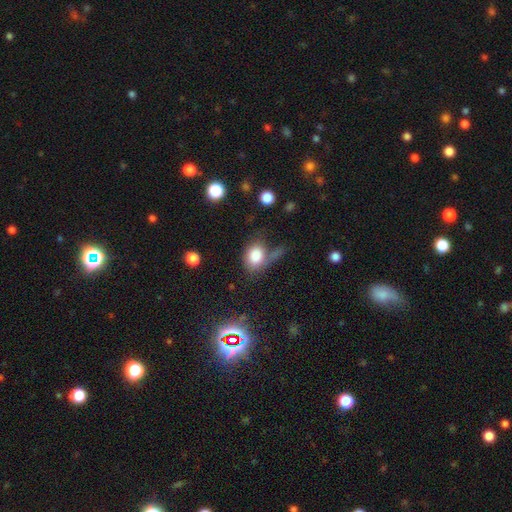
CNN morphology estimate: Q: Smooth or featured?
A: smooth (81%); runner-up: star or artifact (10%)
Q: How rounded?
A: in between (67%); runner-up: round (31%)
Q: Merging?
A: none (43%); runner-up: minor disturbance (23%)